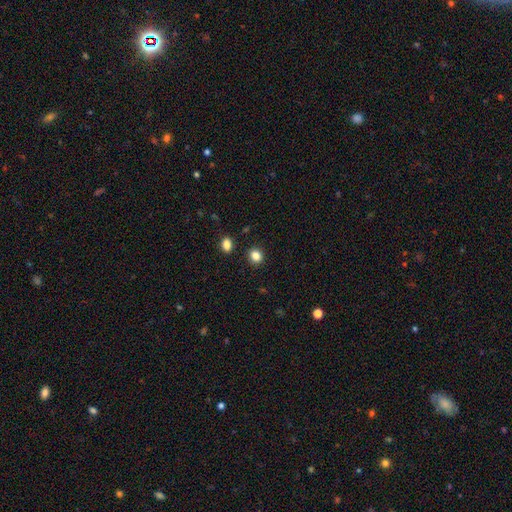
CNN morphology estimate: smooth_or_featured: smooth (p=0.84) [alt: star or artifact p=0.11]
how_rounded: round (p=0.76) [alt: in between p=0.23]
merging: none (p=0.89) [alt: minor disturbance p=0.06]